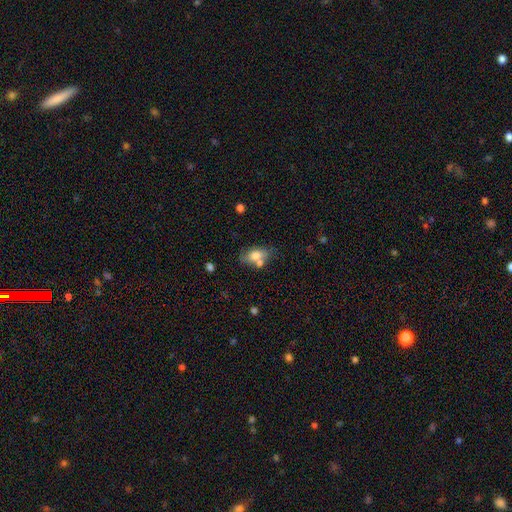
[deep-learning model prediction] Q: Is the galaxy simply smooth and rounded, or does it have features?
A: smooth — 72%.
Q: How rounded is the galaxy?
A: in between — 86%.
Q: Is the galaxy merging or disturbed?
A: none — 53%.